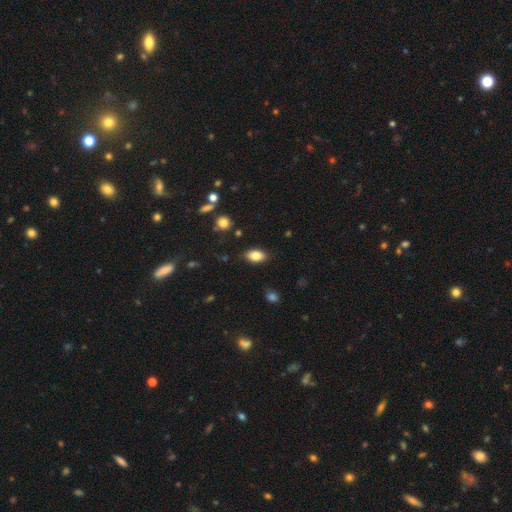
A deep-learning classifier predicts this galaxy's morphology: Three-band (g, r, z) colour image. It shows a smooth galaxy with no disk features (82%) that is in between round and cigar-shaped (89%). Merging: none (84%).